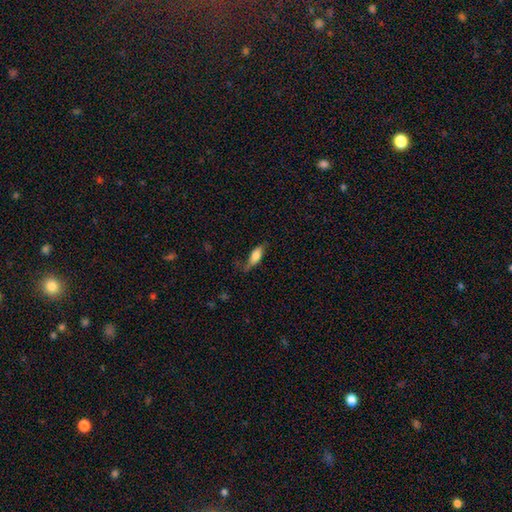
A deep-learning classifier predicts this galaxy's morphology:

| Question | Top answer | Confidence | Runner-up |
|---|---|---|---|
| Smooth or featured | smooth | 70% | featured or disk (23%) |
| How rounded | in between | 73% | cigar-shaped (24%) |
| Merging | none | 56% | minor disturbance (30%) |